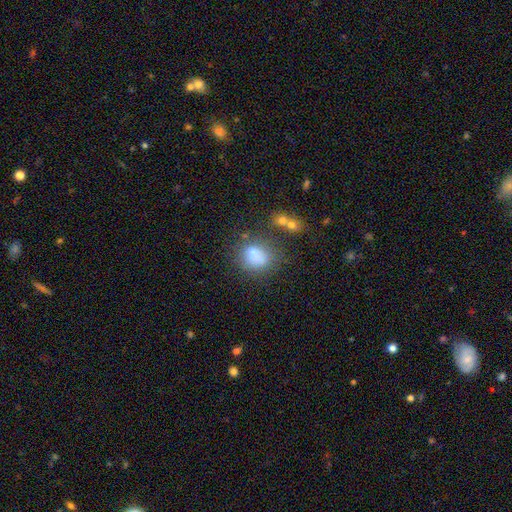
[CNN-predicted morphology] smooth 75%, star or artifact 13%, featured or disk 13%. Down the decision tree: how rounded — round (61%); merging — none (53%).